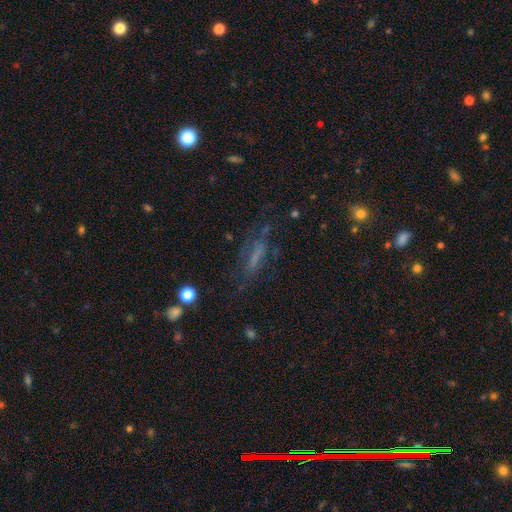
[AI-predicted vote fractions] smooth-or-featured: smooth: 42% | featured or disk: 38% | star or artifact: 20%
  merging: none: 57% | minor disturbance: 21% | major disturbance: 19% | merger: 3%